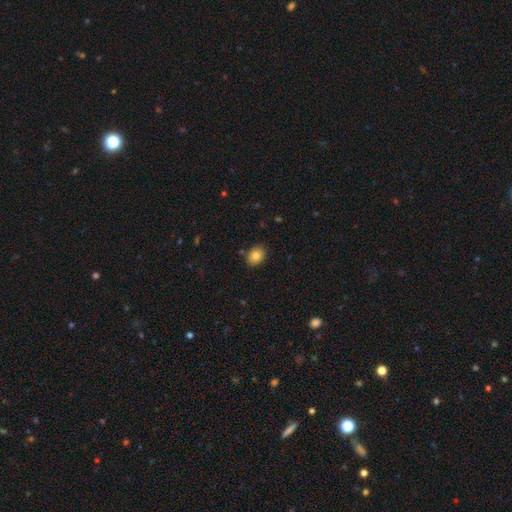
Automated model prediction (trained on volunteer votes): smooth 82%, featured or disk 9%, star or artifact 9%. Down the decision tree: how rounded — in between (68%); merging — none (86%).